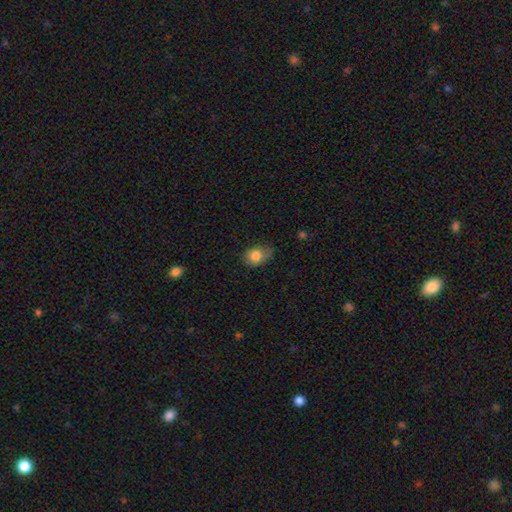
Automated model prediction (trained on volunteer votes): A smooth galaxy with no disk features (81%) that is in between round and cigar-shaped (59%). Merging: none (55%).